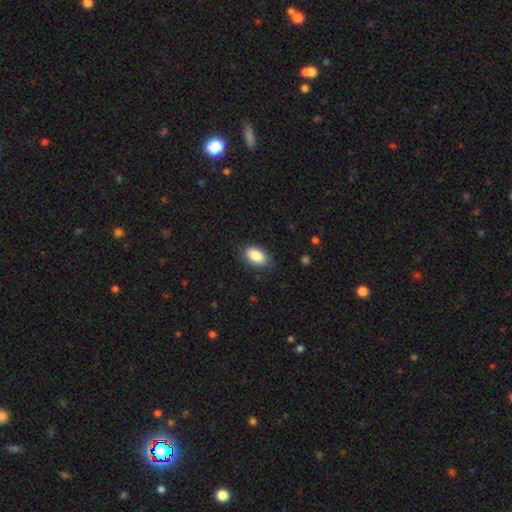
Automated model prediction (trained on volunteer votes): This is clearly a smooth galaxy (87%). How rounded: clearly in between (93%). Merging: clearly none (82%).